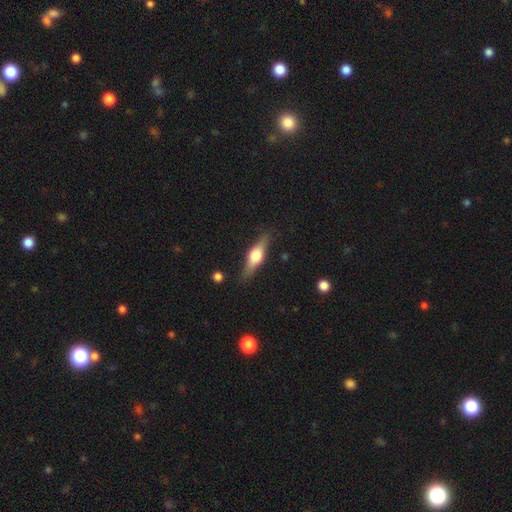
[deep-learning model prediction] Morphology: type=featured or disk (57%); edge-on=yes (93%); edge-on bulge=rounded (94%); merging=none (84%).